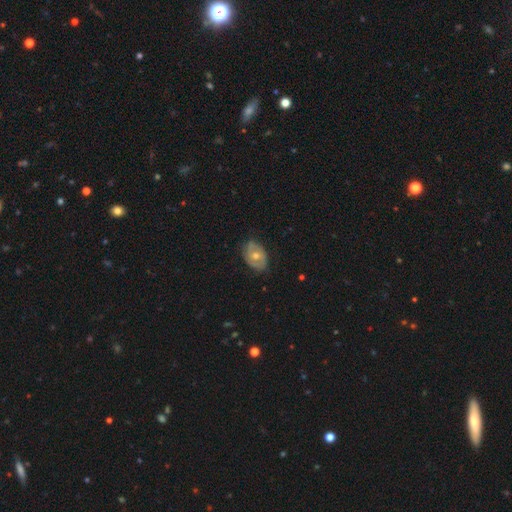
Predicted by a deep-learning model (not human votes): Smooth or featured? Predicted: featured or disk (p=0.57). Edge-on disk? Predicted: no (p=0.94). Bar? Predicted: no (p=0.76). Spiral arms? Predicted: yes (p=0.56). Bulge size? Predicted: moderate (p=0.74). Merging? Predicted: none (p=0.70).